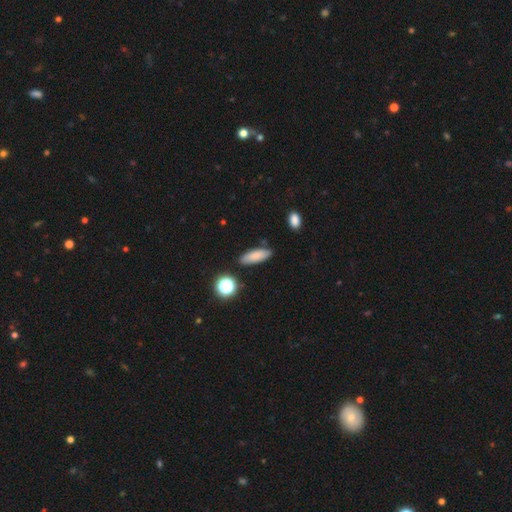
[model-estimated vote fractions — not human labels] This appears to be a smooth galaxy with no disk features (82%) that is in between round and cigar-shaped (59%). Merging: none (82%).